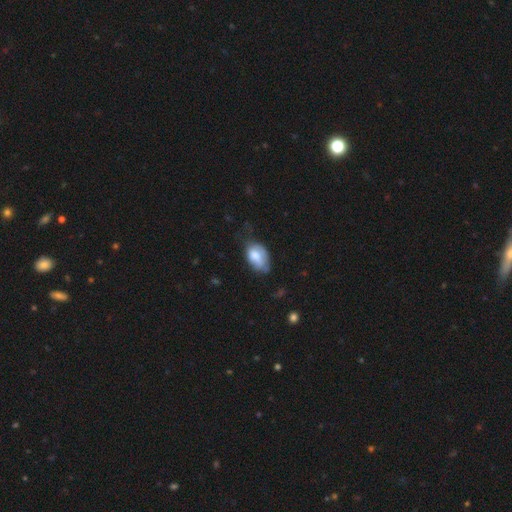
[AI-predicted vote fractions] smooth-or-featured: smooth: 71% | featured or disk: 22% | star or artifact: 7%
  how-rounded: in between: 89% | round: 9% | cigar-shaped: 1%
  merging: minor disturbance: 41% | none: 40% | major disturbance: 16% | merger: 3%